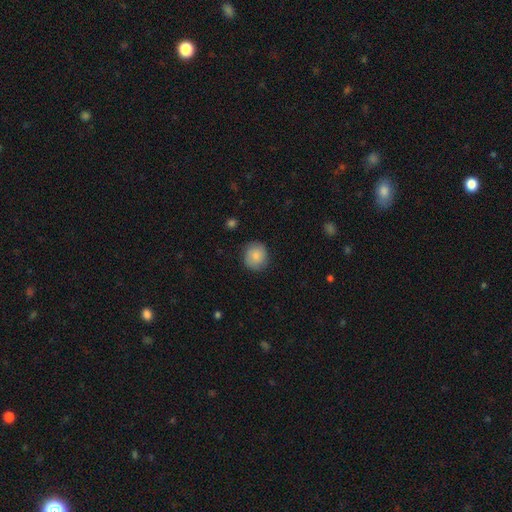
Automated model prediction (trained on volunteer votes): Smooth or featured: smooth — 83% (featured or disk — 10%)
How rounded: round — 88% (in between — 11%)
Merging: none — 85% (minor disturbance — 11%)